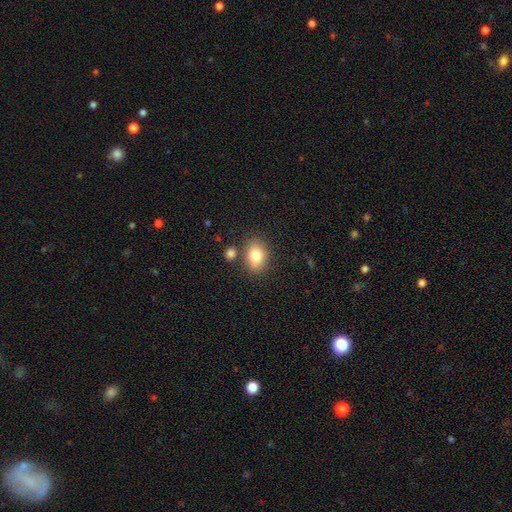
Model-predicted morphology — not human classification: Smooth or featured? Predicted: smooth (p=0.81). How rounded? Predicted: in between (p=0.72). Merging? Predicted: none (p=0.77).